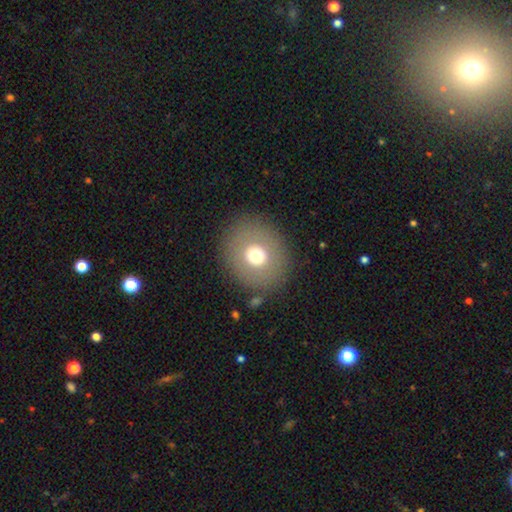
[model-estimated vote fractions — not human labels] Smooth or featured? Predicted: smooth (p=0.68). How rounded? Predicted: round (p=0.82). Merging? Predicted: none (p=0.87).